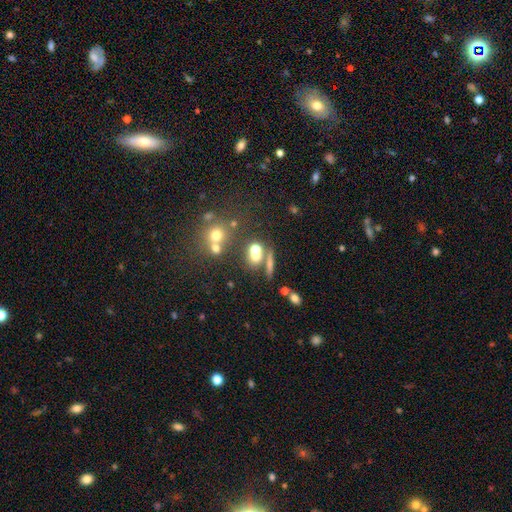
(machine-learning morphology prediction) This is possibly a smooth galaxy (57%). How rounded: possibly round (50%). Merging: possibly none (52%).